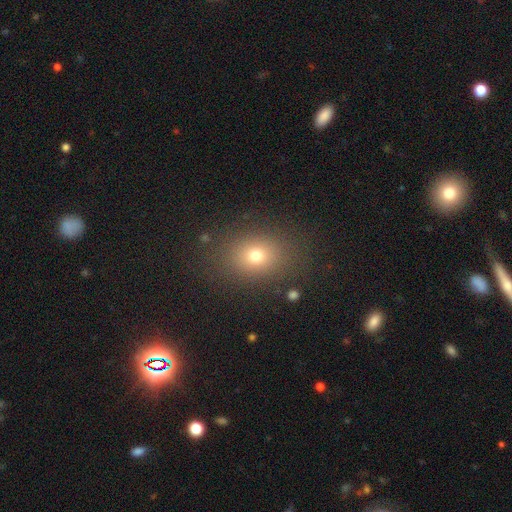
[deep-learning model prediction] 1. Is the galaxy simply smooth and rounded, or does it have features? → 72% smooth, 17% star or artifact, 11% featured or disk.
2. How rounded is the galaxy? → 51% round, 48% in between, 1% cigar-shaped.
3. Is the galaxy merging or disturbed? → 84% none, 9% minor disturbance, 5% major disturbance, 2% merger.